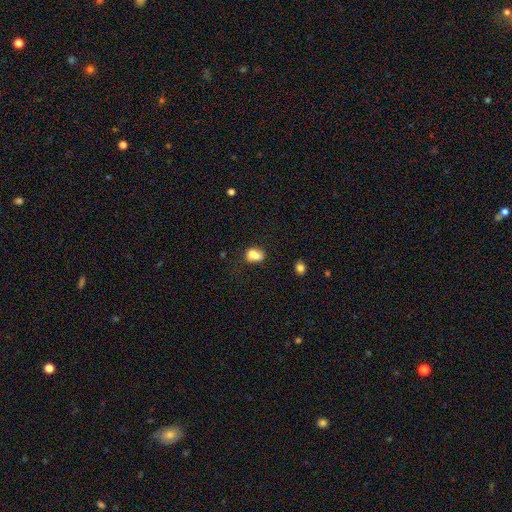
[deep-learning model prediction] Smooth or featured: smooth — 76% (featured or disk — 14%)
How rounded: in between — 66% (round — 32%)
Merging: none — 43% (merger — 29%)